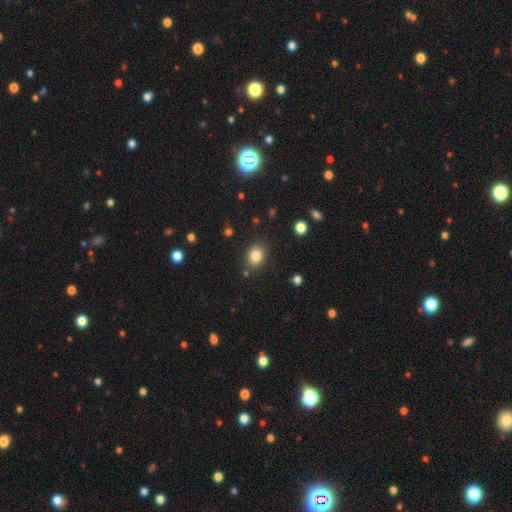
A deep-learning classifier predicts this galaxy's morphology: Smooth or featured? Predicted: smooth (p=0.83). How rounded? Predicted: in between (p=0.50). Merging? Predicted: none (p=0.85).